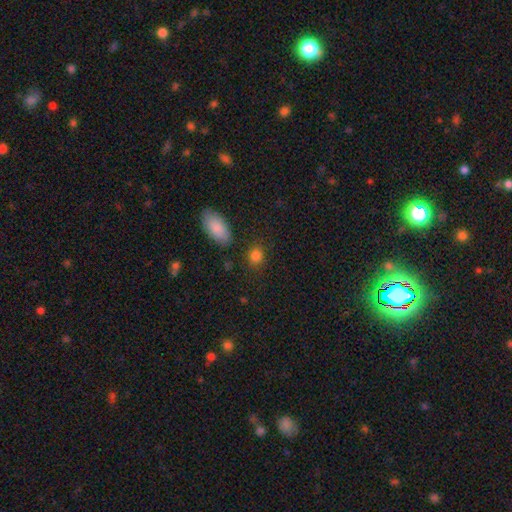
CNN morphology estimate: Smooth or featured?
  - smooth: 85% *
  - star or artifact: 10%
  - featured or disk: 5%
How rounded?
  - round: 51% *
  - in between: 47%
  - cigar-shaped: 2%
Merging?
  - none: 82% *
  - minor disturbance: 10%
  - merger: 4%
  - major disturbance: 3%